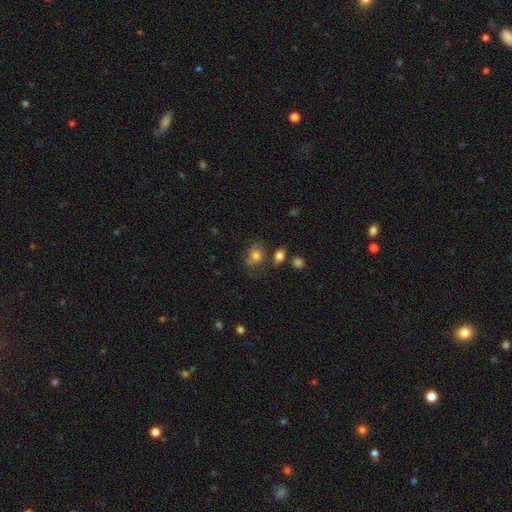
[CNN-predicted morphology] A smooth galaxy with no disk features (76%) that is round (57%). Merging: none (57%).